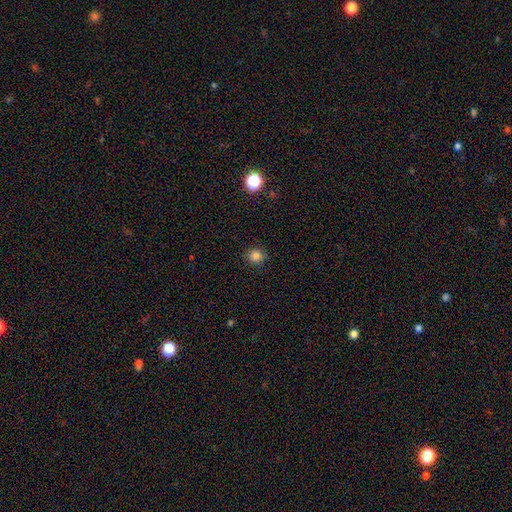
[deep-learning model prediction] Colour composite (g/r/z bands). It shows a smooth galaxy with no disk features (82%) that is round (89%). Merging: none (89%).